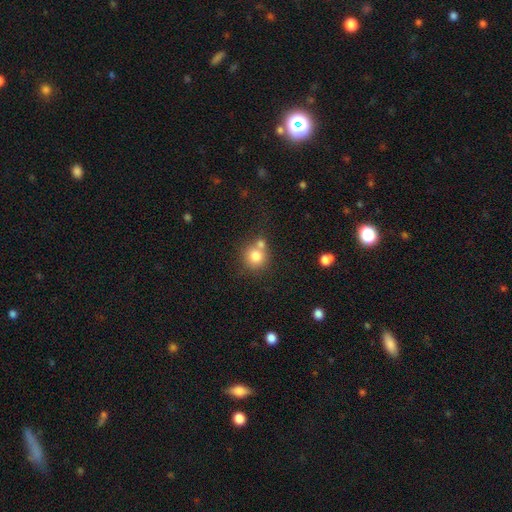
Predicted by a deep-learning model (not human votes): Smooth or featured? smooth (79%)
How rounded? round (89%)
Merging? none (53%)